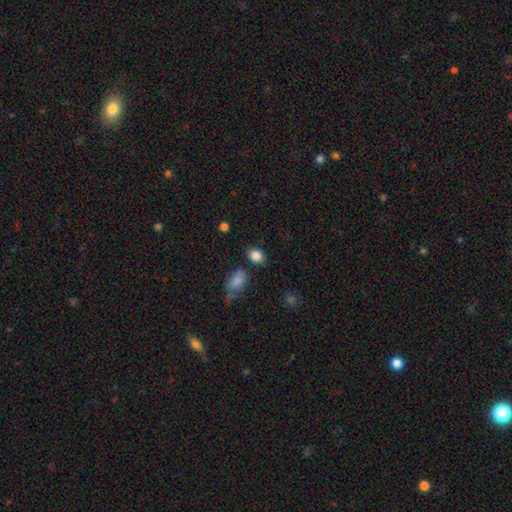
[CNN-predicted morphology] Smooth or featured? Predicted: smooth (p=0.86). How rounded? Predicted: in between (p=0.61). Merging? Predicted: none (p=0.77).